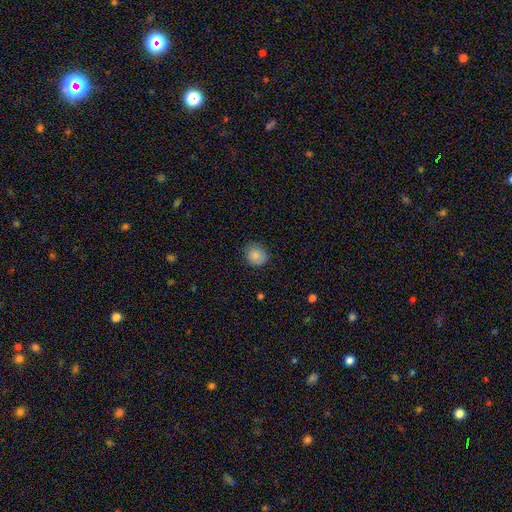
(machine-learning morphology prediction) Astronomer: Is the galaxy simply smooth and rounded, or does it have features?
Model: smooth — 85%.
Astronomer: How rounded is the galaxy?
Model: round — 78%.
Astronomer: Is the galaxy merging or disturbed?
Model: none — 81%.